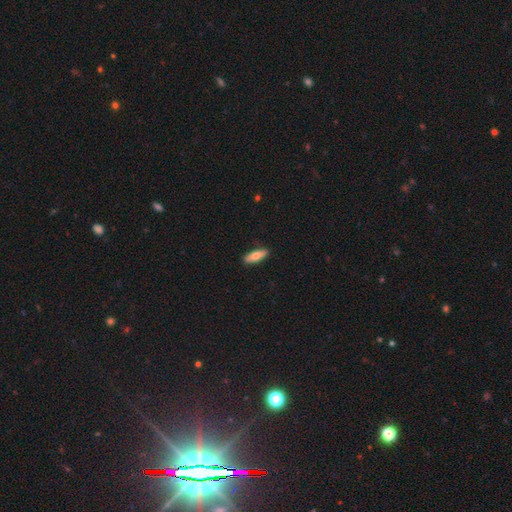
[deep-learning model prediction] This is likely a smooth galaxy (72%). How rounded: possibly in between (58%). Merging: clearly none (88%).